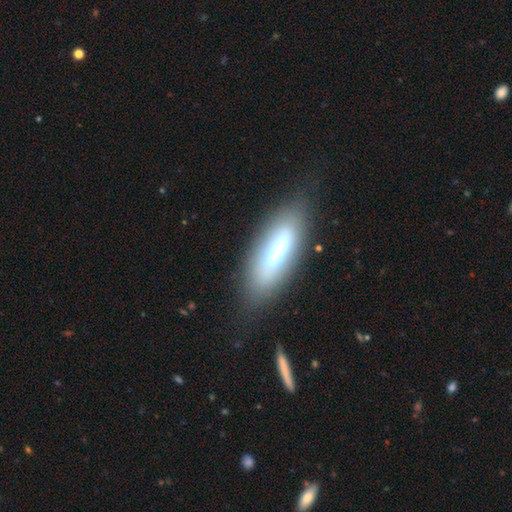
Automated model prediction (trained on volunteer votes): smooth_or_featured: featured or disk (p=0.46) [alt: smooth p=0.43]
merging: none (p=0.73) [alt: minor disturbance p=0.16]